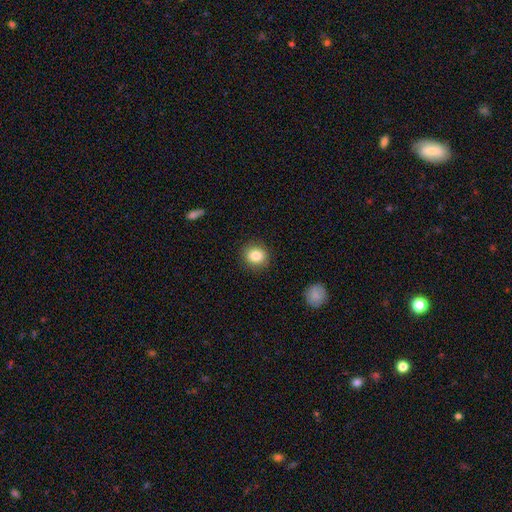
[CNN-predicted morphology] type=smooth (84%); roundness=round (81%); merging=none (89%).